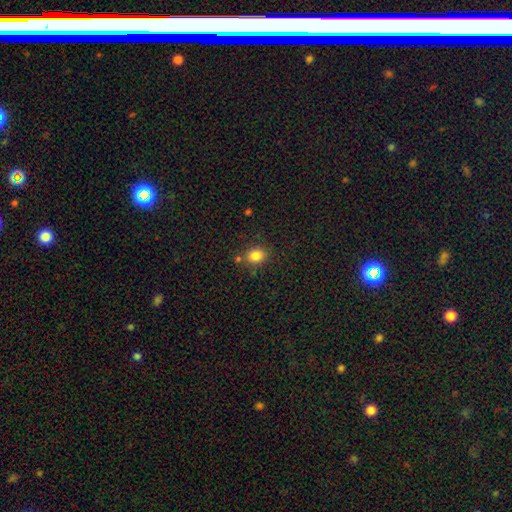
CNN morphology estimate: This is clearly a smooth galaxy (83%). How rounded: likely round (62%). Merging: likely none (79%).